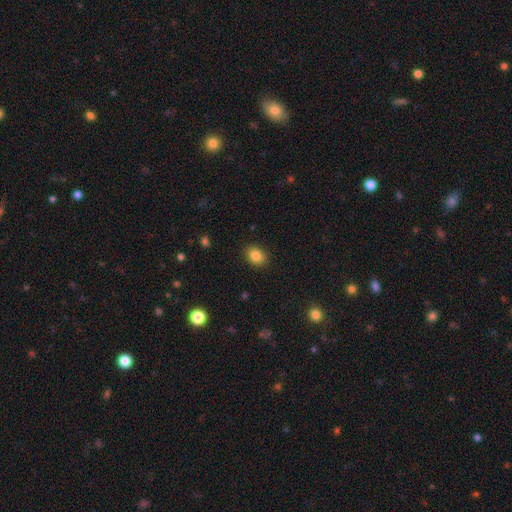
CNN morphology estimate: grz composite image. It shows a smooth galaxy with no disk features (85%) that is in between round and cigar-shaped (56%). Merging: none (88%).